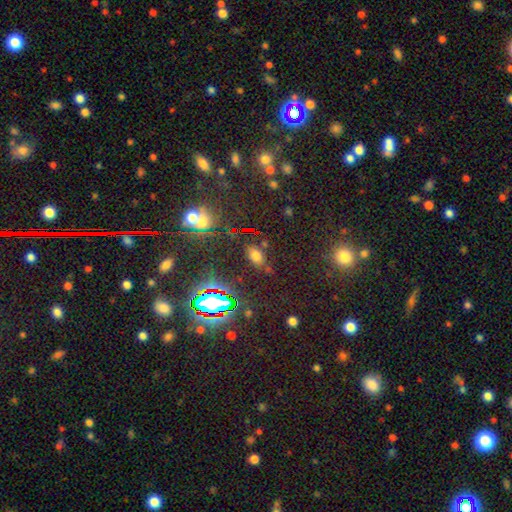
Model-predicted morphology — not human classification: Smooth or featured?
  - smooth: 57% *
  - star or artifact: 35%
  - featured or disk: 8%
How rounded?
  - in between: 80% *
  - round: 17%
  - cigar-shaped: 4%
Merging?
  - none: 80% *
  - minor disturbance: 11%
  - major disturbance: 4%
  - merger: 4%